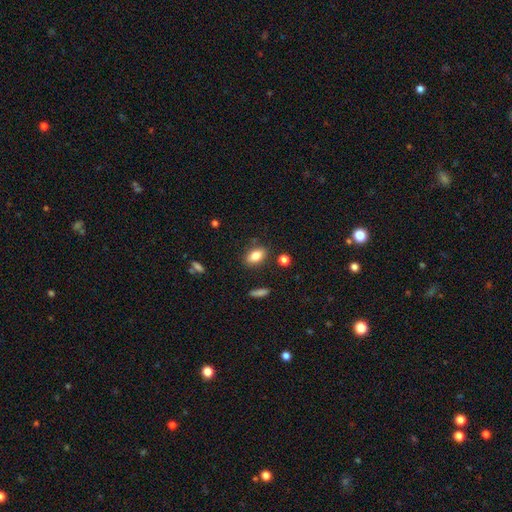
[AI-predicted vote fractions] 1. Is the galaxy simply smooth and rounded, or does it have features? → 82% smooth, 9% featured or disk, 8% star or artifact.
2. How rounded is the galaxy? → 87% in between, 8% round, 5% cigar-shaped.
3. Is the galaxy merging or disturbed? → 83% none, 11% minor disturbance, 3% merger, 3% major disturbance.